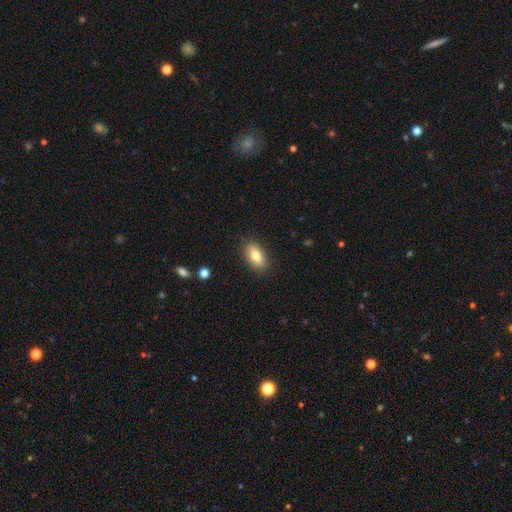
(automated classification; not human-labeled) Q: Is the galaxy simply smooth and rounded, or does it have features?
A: smooth — 79%.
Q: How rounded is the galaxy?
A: in between — 88%.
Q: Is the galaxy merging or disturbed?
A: none — 87%.